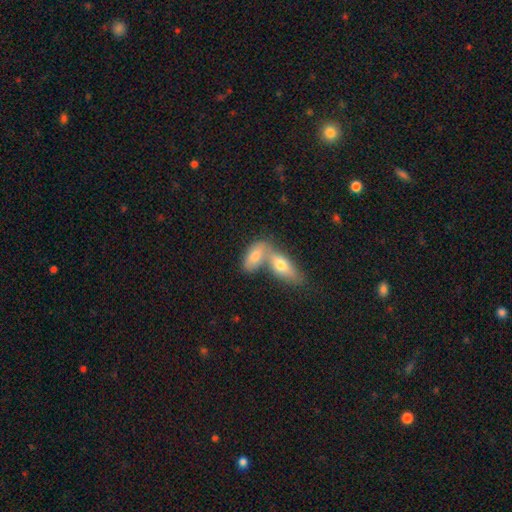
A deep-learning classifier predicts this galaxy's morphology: A smooth galaxy with no disk features (51%) that is in between round and cigar-shaped (69%).

Vote fractions:
- Smooth or featured? smooth: 51% / featured or disk: 34% / star or artifact: 14%
- How rounded? in between: 69% / cigar-shaped: 20% / round: 11%
- Merging? merger: 60% / none: 29% / minor disturbance: 7% / major disturbance: 4%